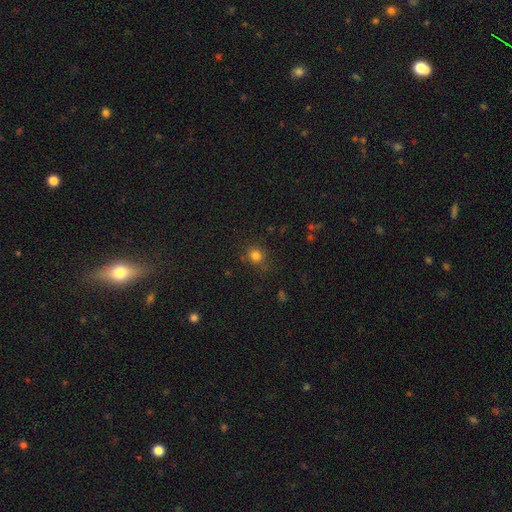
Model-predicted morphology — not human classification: Smooth or featured? Predicted: smooth (p=0.79). How rounded? Predicted: round (p=0.82). Merging? Predicted: none (p=0.78).